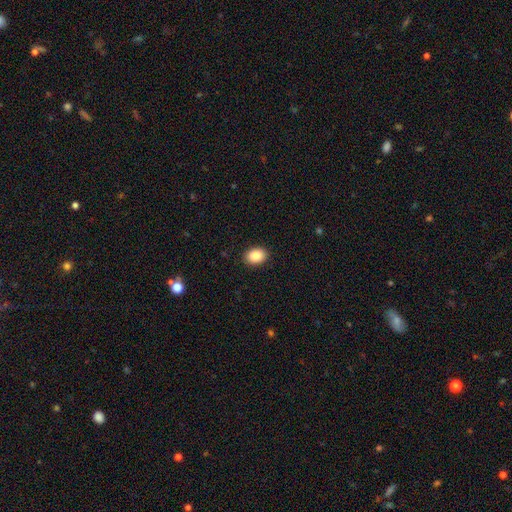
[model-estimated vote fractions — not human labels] smooth_or_featured: smooth (p=0.88) [alt: star or artifact p=0.08]
how_rounded: in between (p=0.75) [alt: round p=0.24]
merging: none (p=0.91) [alt: minor disturbance p=0.07]